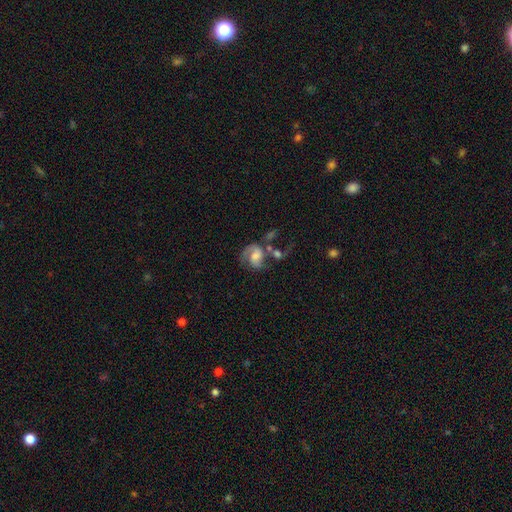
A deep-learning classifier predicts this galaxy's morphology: smooth_or_featured: featured or disk (p=0.68) [alt: smooth p=0.24]
disk_edge_on: no (p=0.98) [alt: yes p=0.02]
bar: no (p=0.53) [alt: weak p=0.36]
has_spiral_arms: yes (p=0.89) [alt: no p=0.11]
spiral_winding: medium (p=0.47) [alt: loose p=0.31]
spiral_arm_count: 2 (p=0.64) [alt: 1 p=0.25]
bulge_size: moderate (p=0.38) [alt: large p=0.25]
merging: none (p=0.32) [alt: merger p=0.27]